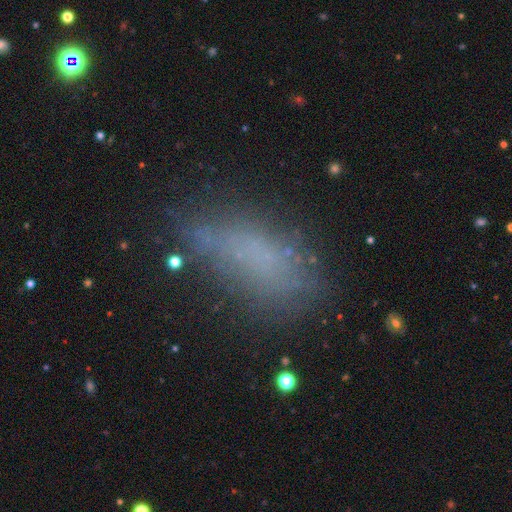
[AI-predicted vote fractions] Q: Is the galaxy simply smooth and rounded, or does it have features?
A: smooth — 64%.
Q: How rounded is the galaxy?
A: in between — 75%.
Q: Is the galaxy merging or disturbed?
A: none — 59%.